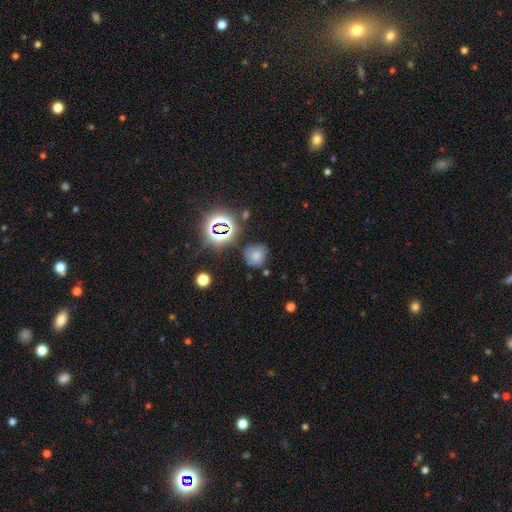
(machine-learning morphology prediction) Smooth or featured?
  - smooth: 65% *
  - star or artifact: 23%
  - featured or disk: 12%
How rounded?
  - round: 79% *
  - in between: 20%
  - cigar-shaped: 1%
Merging?
  - none: 66% *
  - minor disturbance: 22%
  - major disturbance: 7%
  - merger: 5%